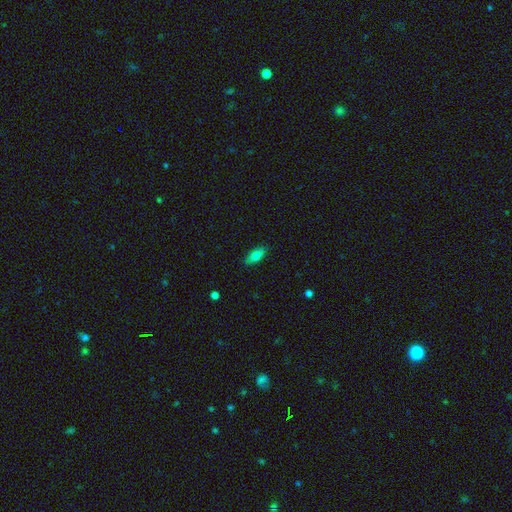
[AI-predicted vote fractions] Morphology: type=smooth (69%); roundness=in between (71%); merging=none (86%).